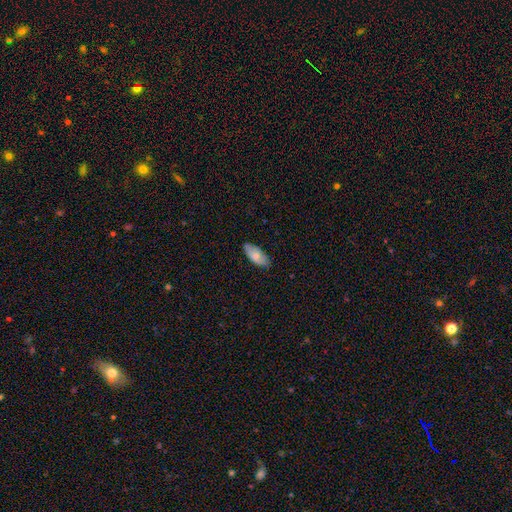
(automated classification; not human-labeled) Smooth or featured: smooth — 74% (featured or disk — 20%)
How rounded: in between — 88% (cigar-shaped — 10%)
Merging: none — 77% (minor disturbance — 19%)